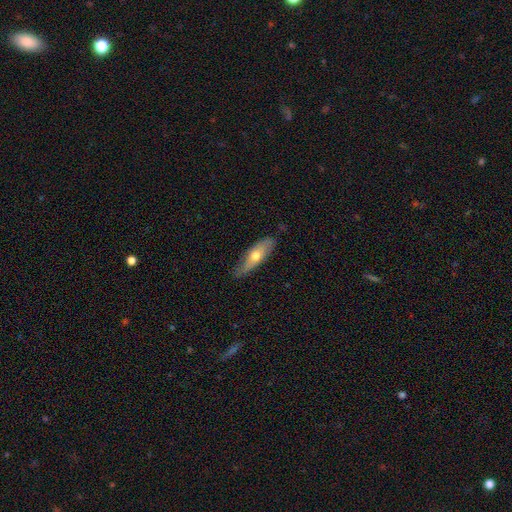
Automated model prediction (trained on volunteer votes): This appears to be a smooth galaxy with no disk features (54%) that is in between round and cigar-shaped (50%). Merging: none (72%).